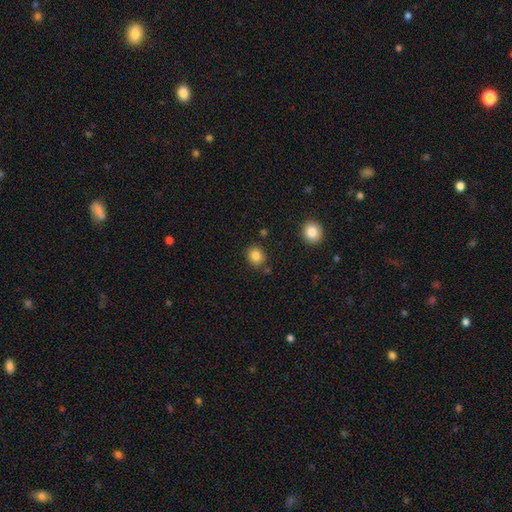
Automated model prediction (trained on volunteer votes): The model was most divided on "how rounded": round: 72%, in between: 27%, cigar-shaped: 1%. More confident: smooth or featured — smooth (84%); merging — none (83%).